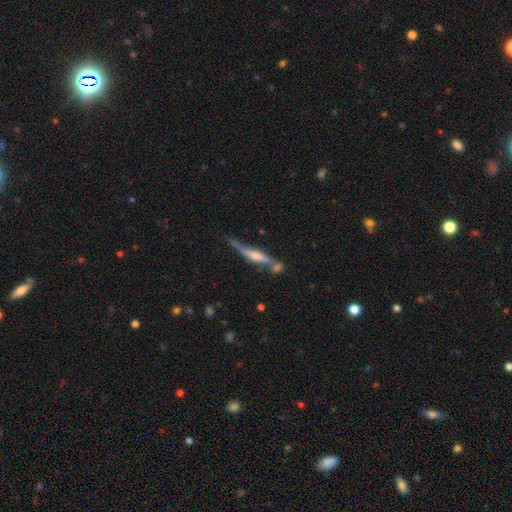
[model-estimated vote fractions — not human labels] featured or disk 74%, smooth 19%, star or artifact 7%. Down the decision tree: edge-on disk — yes (92%); edge-on bulge — rounded (75%); merging — none (56%).